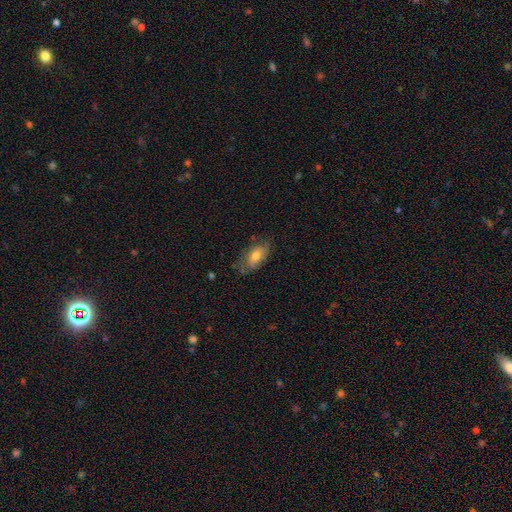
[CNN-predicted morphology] A smooth galaxy with no disk features (66%) that is in between round and cigar-shaped (88%). Merging: none (66%).